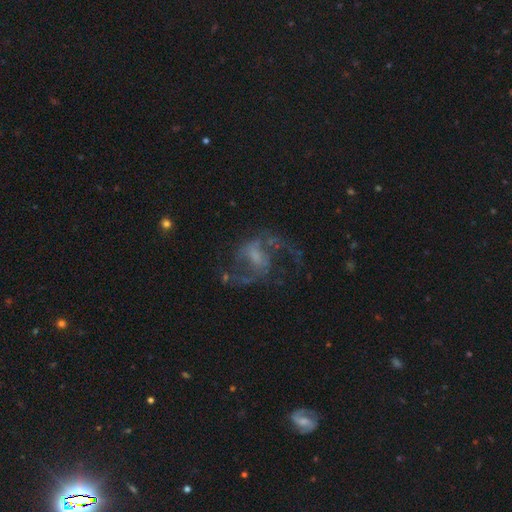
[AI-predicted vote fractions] Morphology: type=featured or disk (81%); edge-on=no (98%); bar=weak (49%); spiral arms=yes (89%); winding=loose (47%); arm count=2 (86%); bulge=small (32%); merging=none (56%).